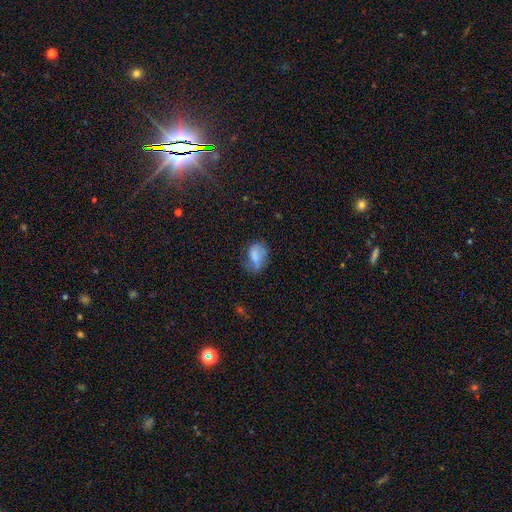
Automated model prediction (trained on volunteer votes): smooth 63%, featured or disk 26%, star or artifact 10%. Down the decision tree: how rounded — in between (76%); merging — none (40%).